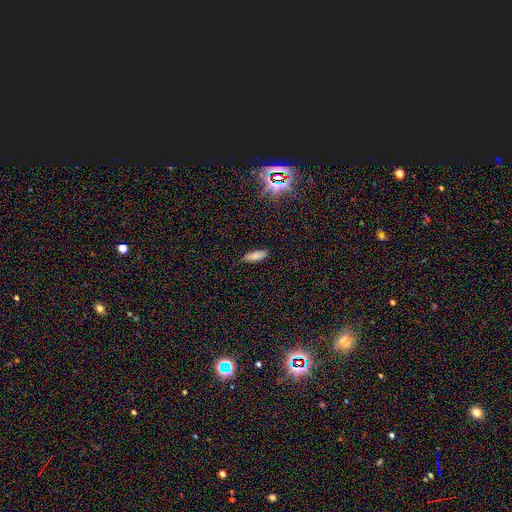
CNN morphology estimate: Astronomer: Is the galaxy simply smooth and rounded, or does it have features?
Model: smooth — 81%.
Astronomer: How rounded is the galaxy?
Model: in between — 64%.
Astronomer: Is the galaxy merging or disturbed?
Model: none — 84%.